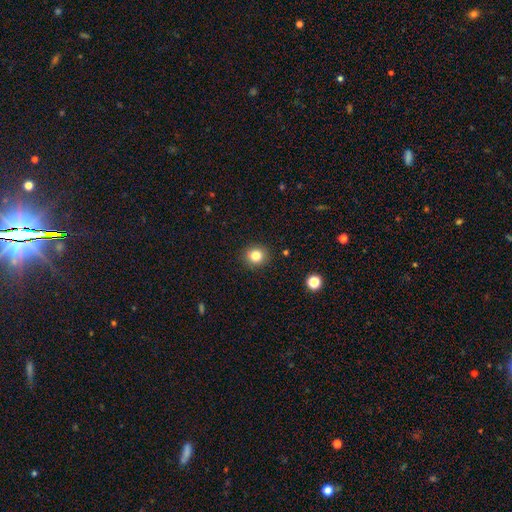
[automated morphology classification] This is clearly a smooth galaxy (82%). How rounded: clearly round (88%). Merging: clearly none (90%).